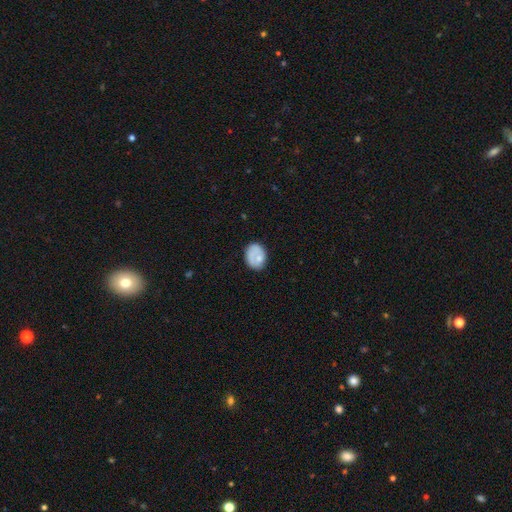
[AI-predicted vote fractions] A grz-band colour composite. It shows a smooth galaxy with no disk features (68%) that is in between round and cigar-shaped (60%). Merging: none (63%).